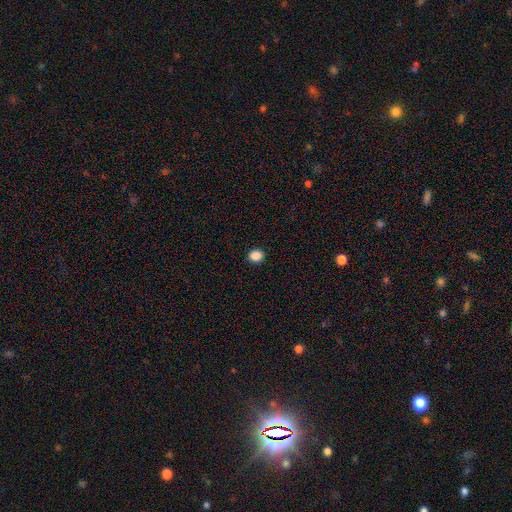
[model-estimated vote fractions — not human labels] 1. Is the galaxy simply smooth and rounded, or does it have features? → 87% smooth, 10% star or artifact, 3% featured or disk.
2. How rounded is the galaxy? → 68% round, 31% in between, 1% cigar-shaped.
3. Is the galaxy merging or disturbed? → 92% none, 5% minor disturbance, 2% major disturbance, 1% merger.